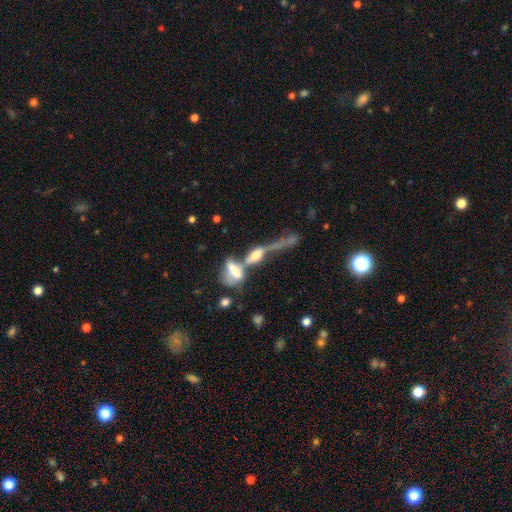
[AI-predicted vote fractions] Q: Smooth or featured?
A: featured or disk (46%); runner-up: smooth (40%)
Q: Merging?
A: merger (57%); runner-up: major disturbance (17%)